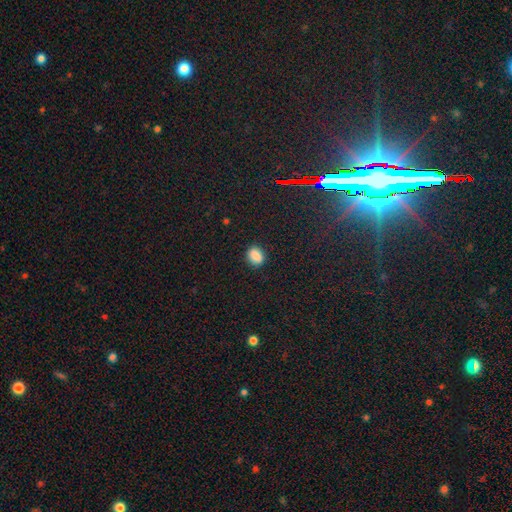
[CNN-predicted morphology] type=smooth (86%); roundness=in between (62%); merging=none (85%).